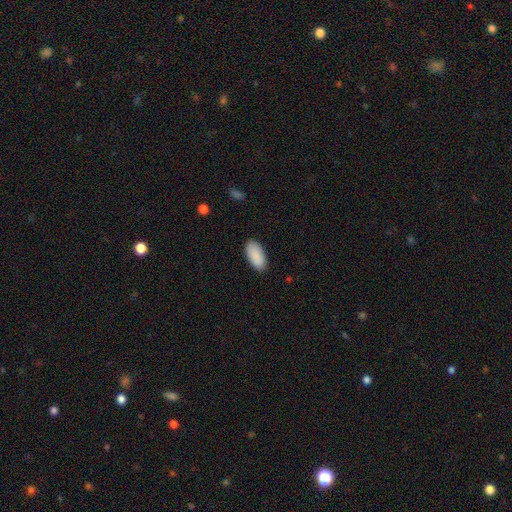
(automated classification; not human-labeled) Smooth or featured? smooth (91%)
How rounded? in between (94%)
Merging? none (88%)